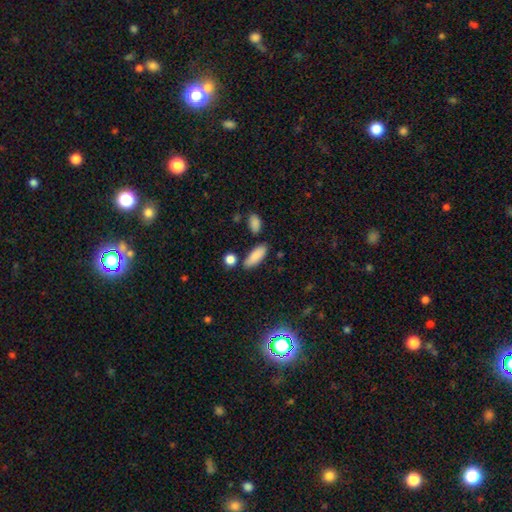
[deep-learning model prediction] A smooth galaxy with no disk features (87%) that is in between round and cigar-shaped (75%).

Vote fractions:
- Smooth or featured? smooth: 87% / star or artifact: 7% / featured or disk: 6%
- How rounded? in between: 75% / cigar-shaped: 22% / round: 3%
- Merging? none: 78% / minor disturbance: 12% / merger: 7% / major disturbance: 3%